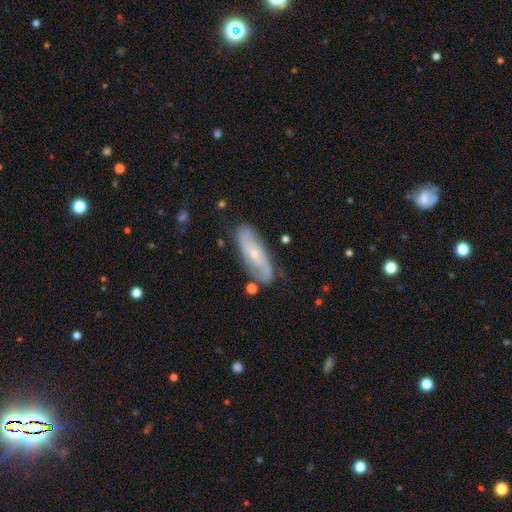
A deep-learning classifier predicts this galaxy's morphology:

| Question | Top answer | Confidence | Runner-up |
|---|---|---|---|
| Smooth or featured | featured or disk | 63% | smooth (25%) |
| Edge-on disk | no | 77% | yes (23%) |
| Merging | none | 75% | minor disturbance (17%) |